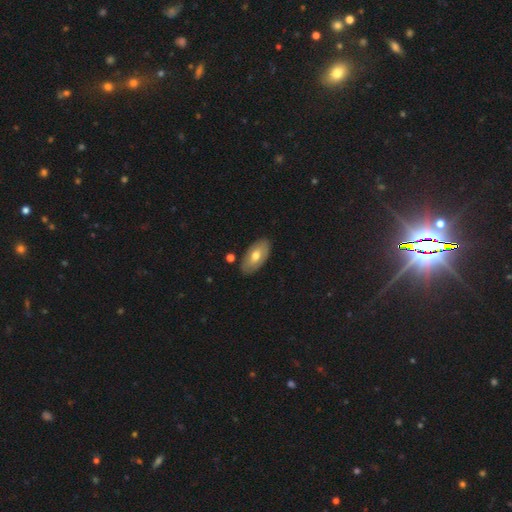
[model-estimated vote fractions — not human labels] smooth_or_featured: smooth (p=0.61) [alt: featured or disk p=0.33]
how_rounded: in between (p=0.94) [alt: cigar-shaped p=0.03]
merging: none (p=0.83) [alt: minor disturbance p=0.12]